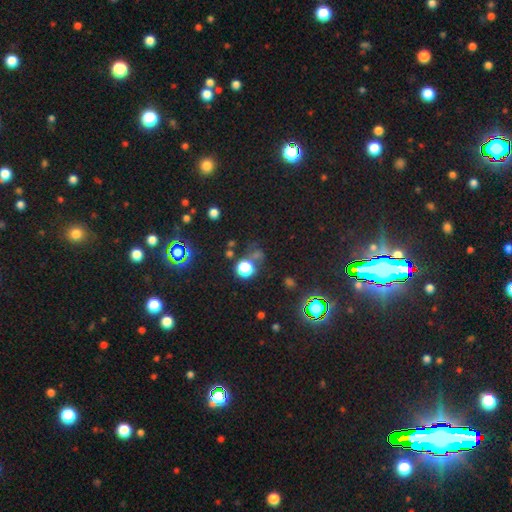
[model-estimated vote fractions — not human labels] Q: Smooth or featured?
A: star or artifact (60%); runner-up: smooth (31%)